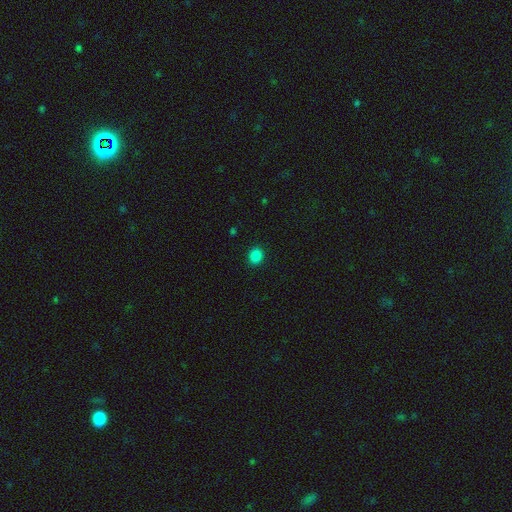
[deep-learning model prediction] smooth 85%, star or artifact 12%, featured or disk 3%. Down the decision tree: how rounded — round (65%); merging — none (91%).